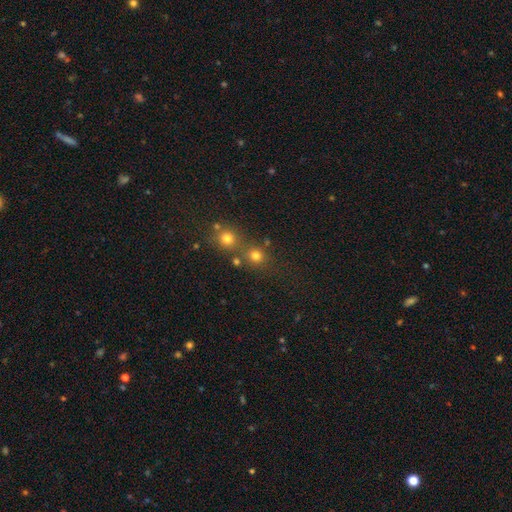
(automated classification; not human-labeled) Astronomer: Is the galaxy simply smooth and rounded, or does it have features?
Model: smooth — 75%.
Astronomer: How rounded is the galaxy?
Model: round — 88%.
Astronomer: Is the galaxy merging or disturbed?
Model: none — 66%.